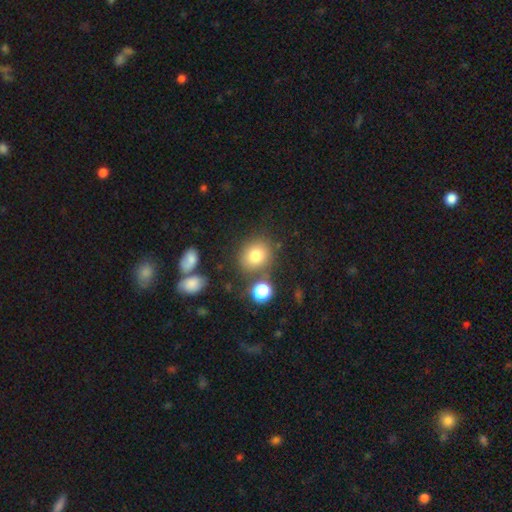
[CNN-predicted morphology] This appears to be a smooth galaxy with no disk features (78%) that is round (77%). Merging: none (76%).